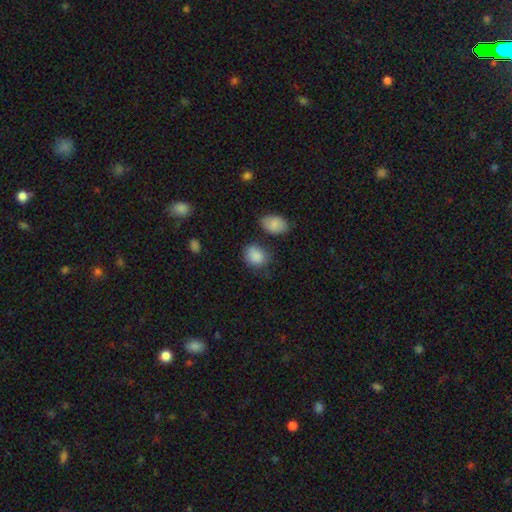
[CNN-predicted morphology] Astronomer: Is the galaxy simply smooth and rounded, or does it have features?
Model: smooth — 87%.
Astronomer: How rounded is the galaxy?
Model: in between — 58% (runner-up: round, 40%).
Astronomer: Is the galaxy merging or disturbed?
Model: none — 62%.